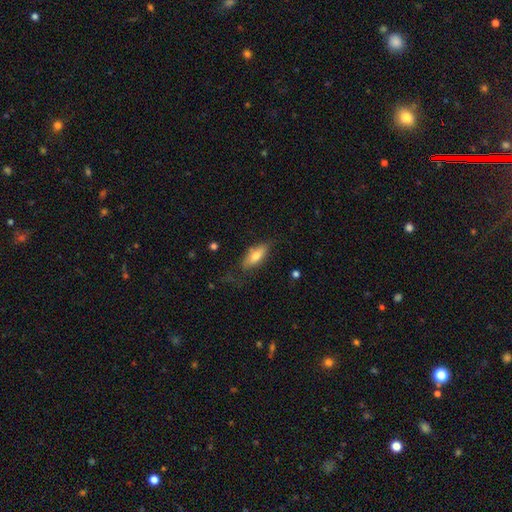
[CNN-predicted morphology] Smooth or featured? Predicted: smooth (p=0.68). How rounded? Predicted: in between (p=0.74). Merging? Predicted: none (p=0.66).